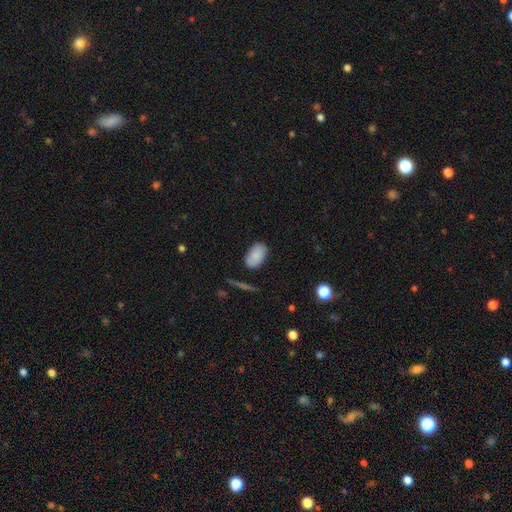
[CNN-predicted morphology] smooth 85%, star or artifact 8%, featured or disk 7%. Down the decision tree: how rounded — in between (91%); merging — none (79%).